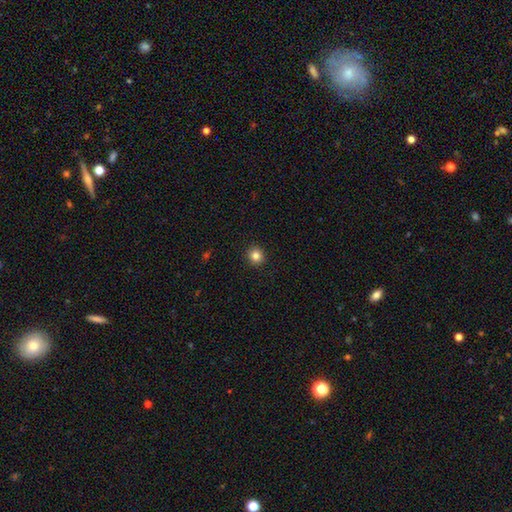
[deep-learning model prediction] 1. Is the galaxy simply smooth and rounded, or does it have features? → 83% smooth, 12% star or artifact, 6% featured or disk.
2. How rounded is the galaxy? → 92% round, 7% in between, 1% cigar-shaped.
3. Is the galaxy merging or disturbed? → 93% none, 5% minor disturbance, 2% major disturbance, 1% merger.